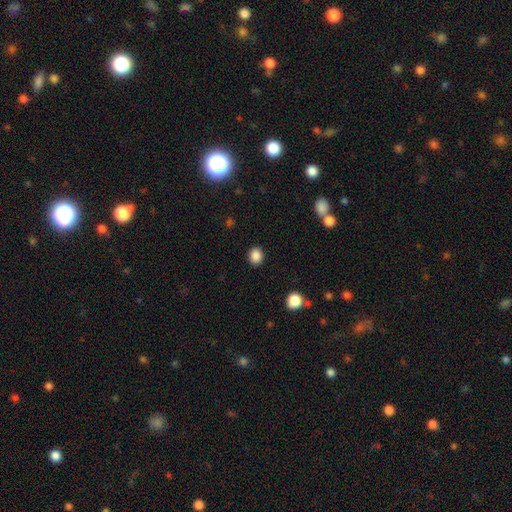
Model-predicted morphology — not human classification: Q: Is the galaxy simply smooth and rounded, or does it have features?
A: smooth — 87%.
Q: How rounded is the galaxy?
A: round — 67%.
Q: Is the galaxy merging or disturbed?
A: none — 90%.